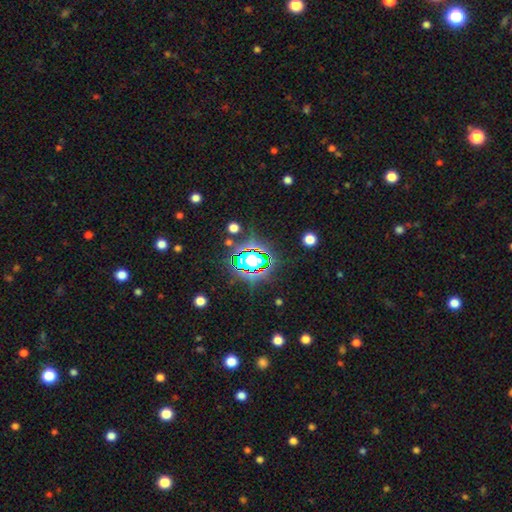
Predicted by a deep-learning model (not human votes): This appears to be a star or artifact, not a galaxy (67%).